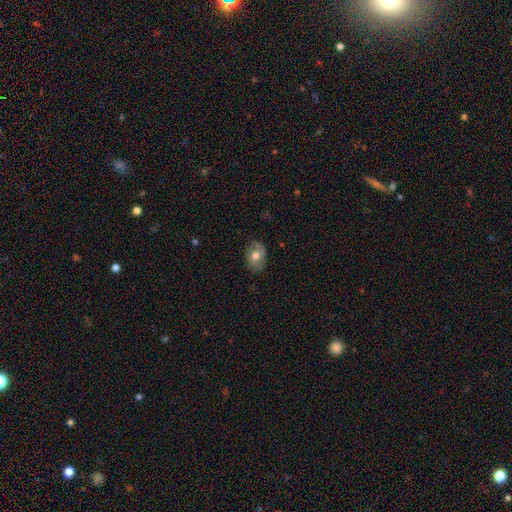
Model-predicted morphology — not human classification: Smooth or featured? Predicted: smooth (p=0.64). How rounded? Predicted: in between (p=0.71). Merging? Predicted: none (p=0.77).